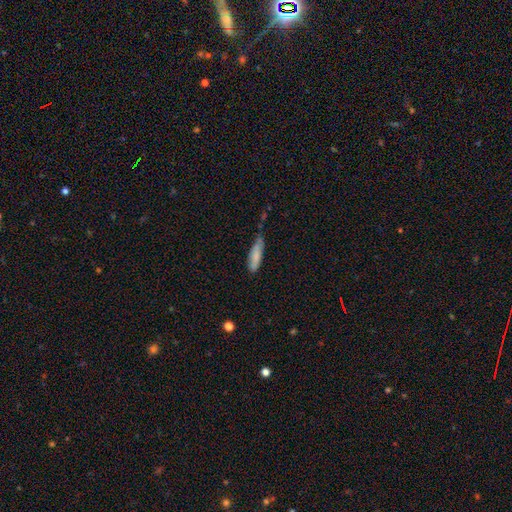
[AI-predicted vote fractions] Q: Smooth or featured?
A: smooth (81%); runner-up: featured or disk (13%)
Q: How rounded?
A: cigar-shaped (66%); runner-up: in between (33%)
Q: Merging?
A: none (54%); runner-up: minor disturbance (35%)